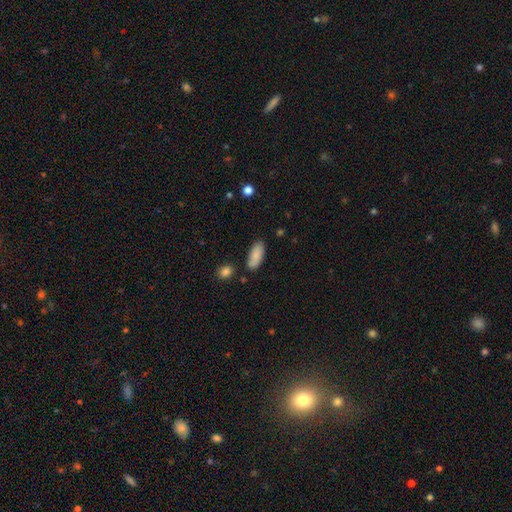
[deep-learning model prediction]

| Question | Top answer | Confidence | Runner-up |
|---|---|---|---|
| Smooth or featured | smooth | 86% | featured or disk (8%) |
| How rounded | in between | 85% | cigar-shaped (13%) |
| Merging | none | 77% | minor disturbance (15%) |